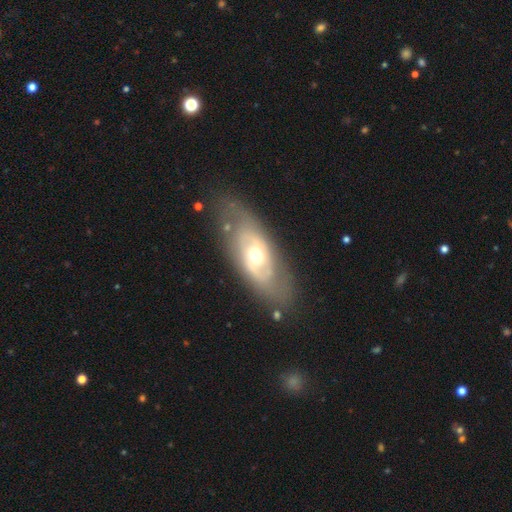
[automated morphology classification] A featured or disk galaxy (67%) with no bar (70%), no spiral arms (56%) and a moderate central bulge (70%). Merging: none (75%).